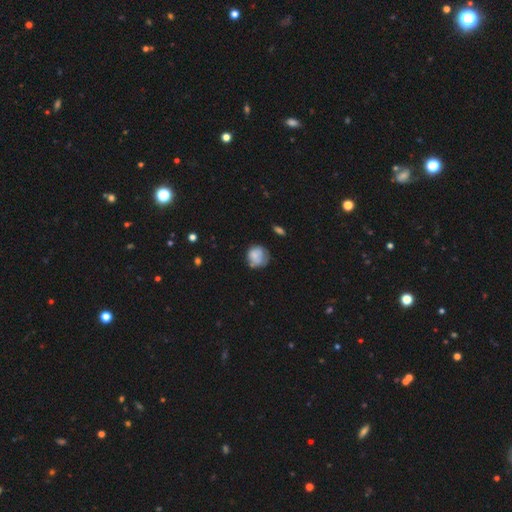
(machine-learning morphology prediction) smooth_or_featured: smooth (p=0.67) [alt: featured or disk p=0.25]
how_rounded: round (p=0.80) [alt: in between p=0.19]
merging: none (p=0.52) [alt: minor disturbance p=0.29]